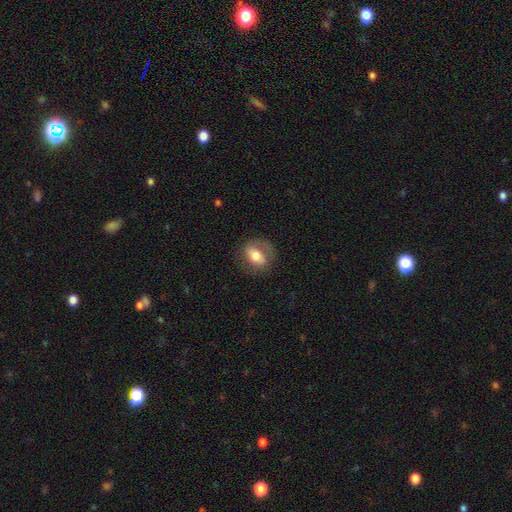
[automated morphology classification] smooth 58%, featured or disk 35%, star or artifact 8%. Down the decision tree: how rounded — in between (65%); merging — none (70%).